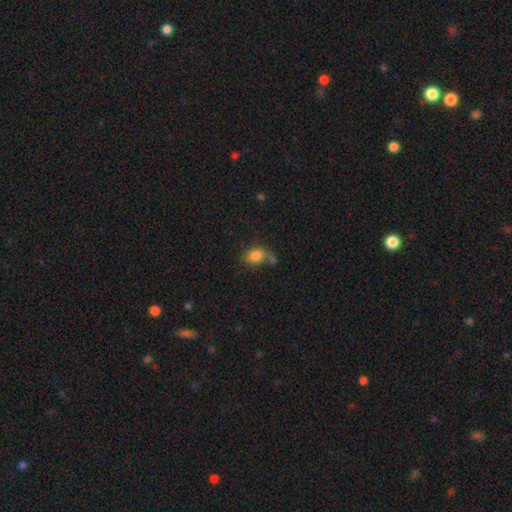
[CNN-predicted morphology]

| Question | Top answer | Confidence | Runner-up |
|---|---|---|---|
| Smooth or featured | smooth | 83% | star or artifact (10%) |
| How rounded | in between | 61% | round (38%) |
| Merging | none | 48% | merger (23%) |